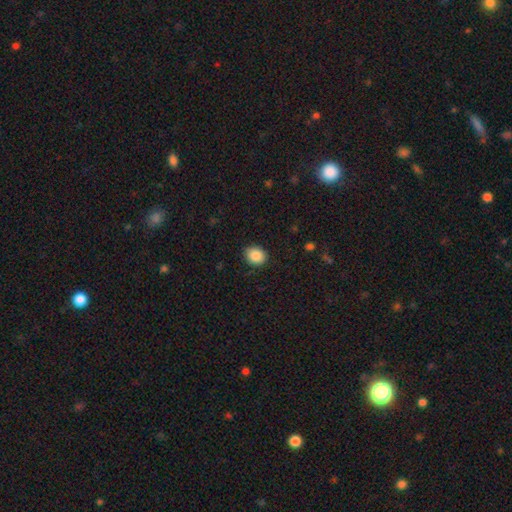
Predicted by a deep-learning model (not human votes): This is clearly a smooth galaxy (88%). How rounded: possibly round (53%). Merging: clearly none (88%).